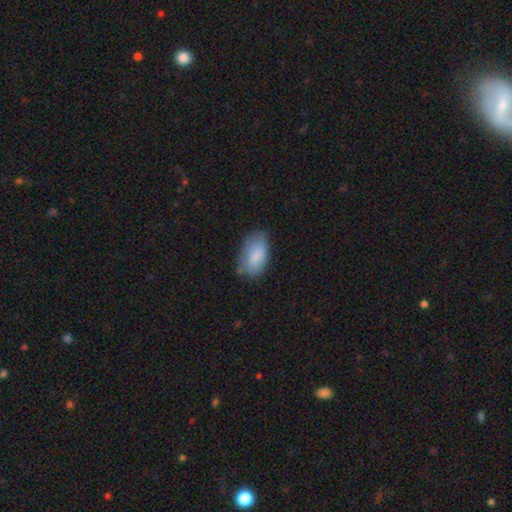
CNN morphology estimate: Smooth or featured? Predicted: smooth (p=0.81). How rounded? Predicted: in between (p=0.93). Merging? Predicted: none (p=0.59).